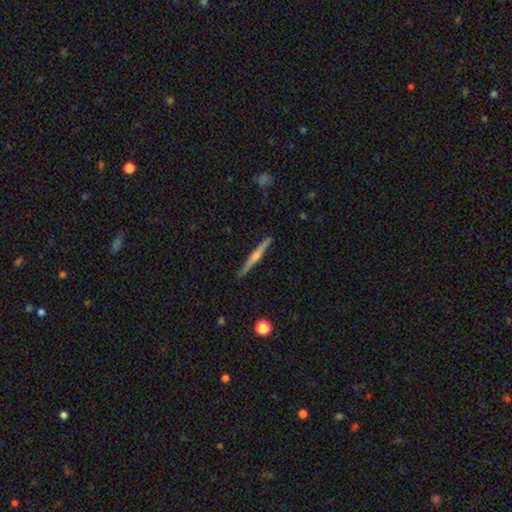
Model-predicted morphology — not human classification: Smooth or featured: featured or disk — 72% (smooth — 22%)
Edge-on disk: yes — 98% (no — 2%)
Edge-on bulge: rounded — 81% (boxy — 9%)
Merging: none — 91% (minor disturbance — 6%)